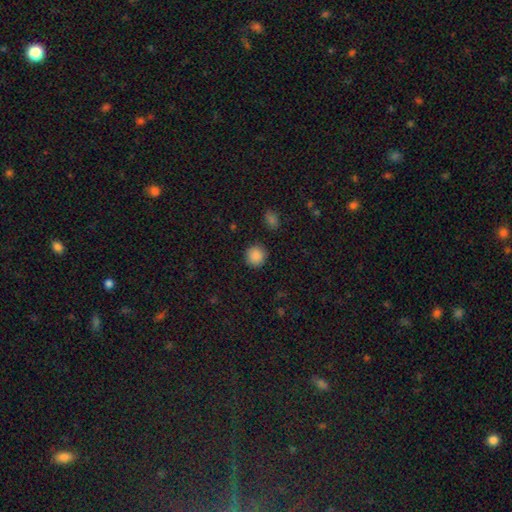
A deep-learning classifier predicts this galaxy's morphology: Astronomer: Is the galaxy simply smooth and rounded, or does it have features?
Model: smooth — 88%.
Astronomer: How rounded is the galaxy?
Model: round — 92%.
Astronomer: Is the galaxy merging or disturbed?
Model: none — 89%.